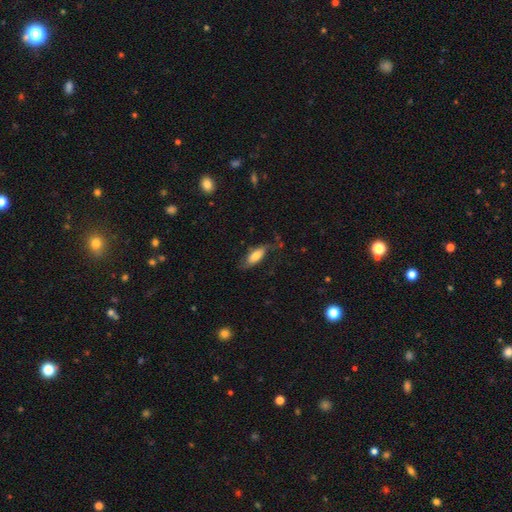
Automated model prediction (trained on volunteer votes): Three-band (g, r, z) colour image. It shows a smooth galaxy with no disk features (72%) that is in between round and cigar-shaped (77%). Merging: none (56%).